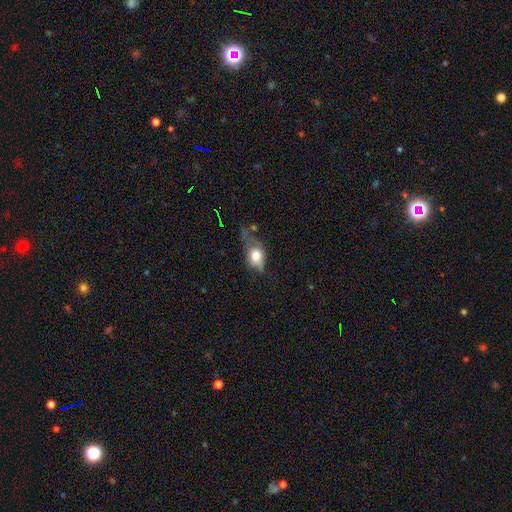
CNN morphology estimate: smooth-or-featured: smooth: 68% | featured or disk: 22% | star or artifact: 9%
  how-rounded: in between: 68% | round: 28% | cigar-shaped: 4%
  merging: minor disturbance: 33% | major disturbance: 31% | none: 29% | merger: 7%